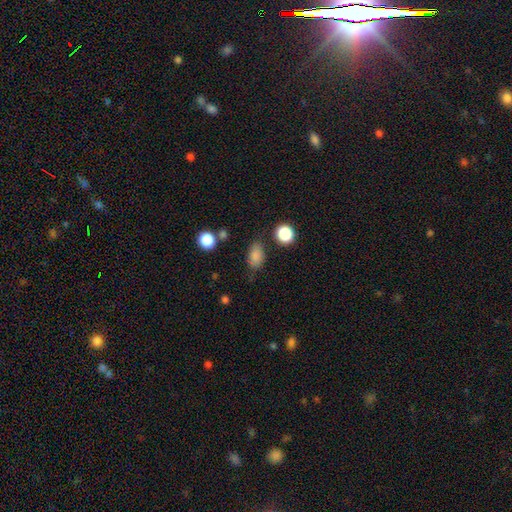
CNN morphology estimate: smooth-or-featured: smooth: 83% | star or artifact: 11% | featured or disk: 6%
  how-rounded: in between: 83% | round: 15% | cigar-shaped: 2%
  merging: none: 70% | minor disturbance: 21% | major disturbance: 6% | merger: 3%